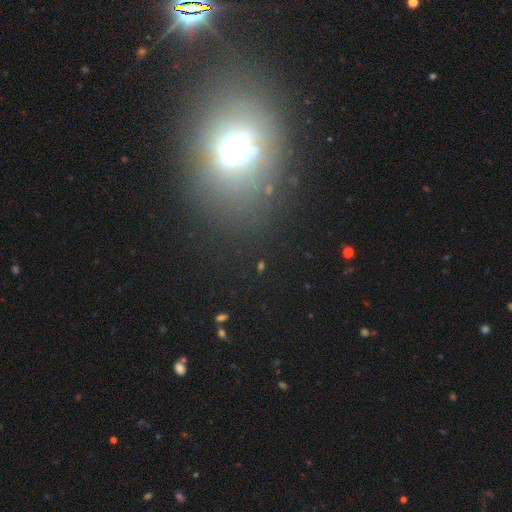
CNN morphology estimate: type=smooth (41%, tied with star or artifact); merging=none (81%).